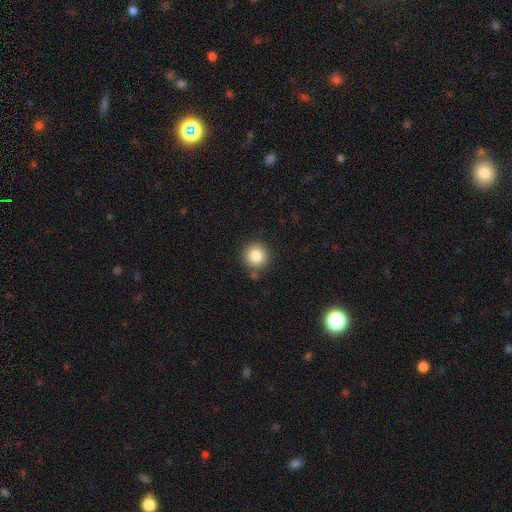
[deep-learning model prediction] smooth 83%, star or artifact 10%, featured or disk 6%. Down the decision tree: how rounded — round (94%); merging — none (85%).